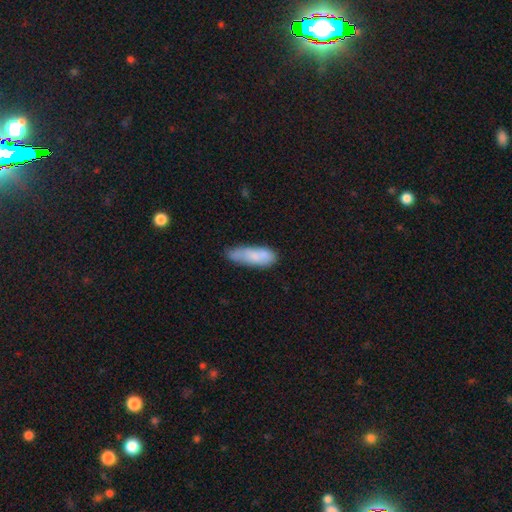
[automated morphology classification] Smooth or featured: smooth — 80% (featured or disk — 14%)
How rounded: in between — 56% (cigar-shaped — 42%)
Merging: none — 54% (minor disturbance — 33%)